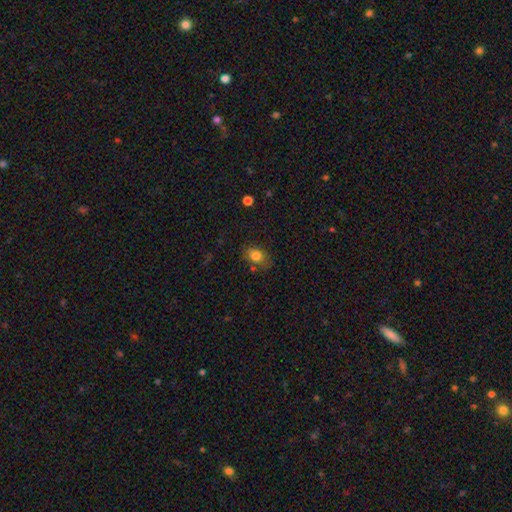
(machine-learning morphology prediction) Q: Smooth or featured?
A: smooth (81%); runner-up: star or artifact (10%)
Q: How rounded?
A: in between (69%); runner-up: round (29%)
Q: Merging?
A: none (68%); runner-up: minor disturbance (22%)